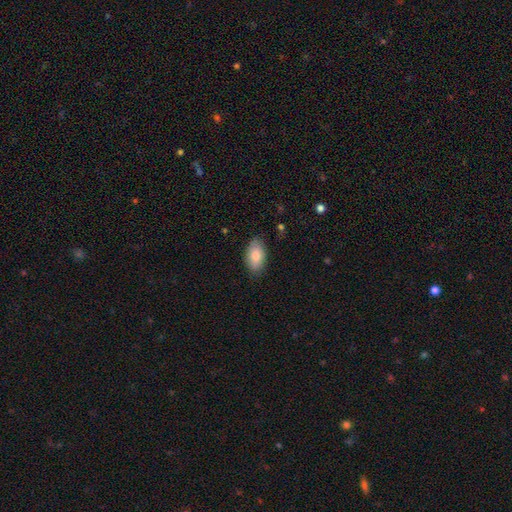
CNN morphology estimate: smooth 82%, featured or disk 12%, star or artifact 7%. Down the decision tree: how rounded — in between (93%); merging — none (82%).